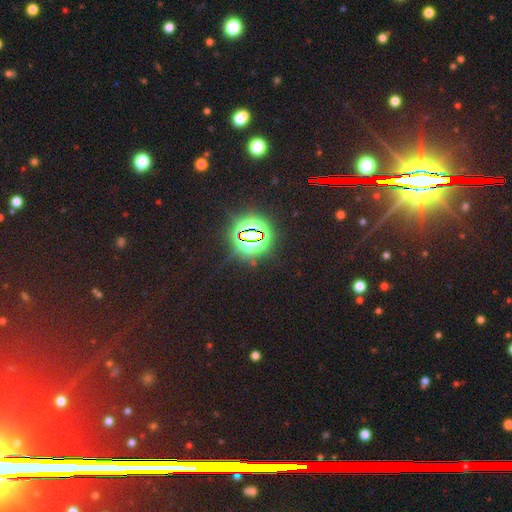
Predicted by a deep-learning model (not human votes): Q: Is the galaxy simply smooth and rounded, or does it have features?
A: star or artifact — 69%.